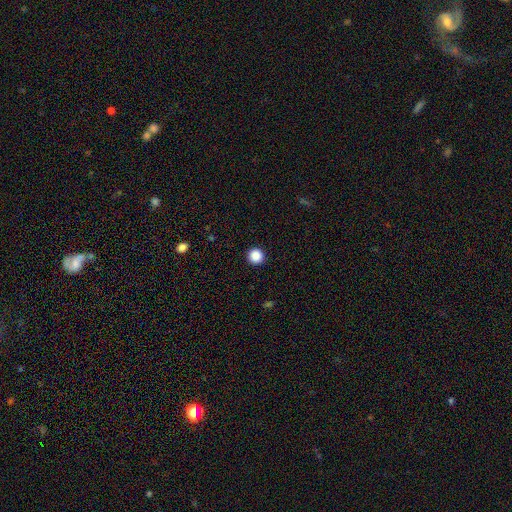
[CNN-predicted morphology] Smooth or featured: smooth — 88% (star or artifact — 10%)
How rounded: round — 96% (in between — 3%)
Merging: none — 93% (minor disturbance — 4%)